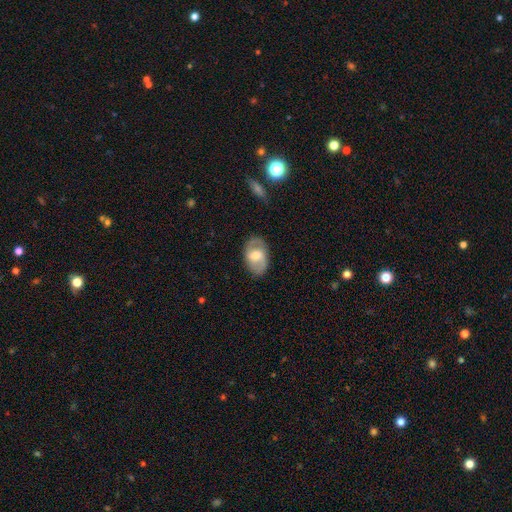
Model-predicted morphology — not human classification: Smooth or featured? featured or disk (59%)
Edge-on disk? no (94%)
Bar? weak (46%)
Spiral arms? yes (72%)
Bulge size? moderate (65%)
Merging? none (82%)